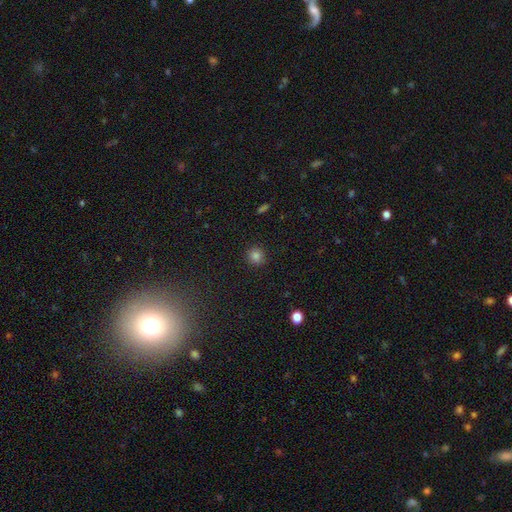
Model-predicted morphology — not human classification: A smooth galaxy with no disk features (83%) that is round (91%). Merging: none (91%).